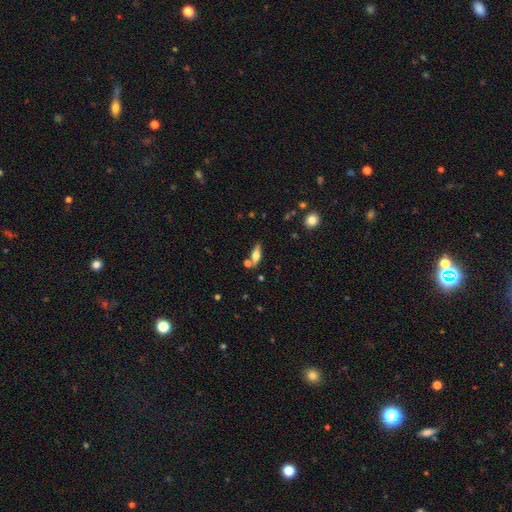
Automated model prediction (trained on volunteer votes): Q: Smooth or featured?
A: smooth (54%); runner-up: featured or disk (38%)
Q: How rounded?
A: in between (61%); runner-up: cigar-shaped (35%)
Q: Merging?
A: none (65%); runner-up: merger (17%)